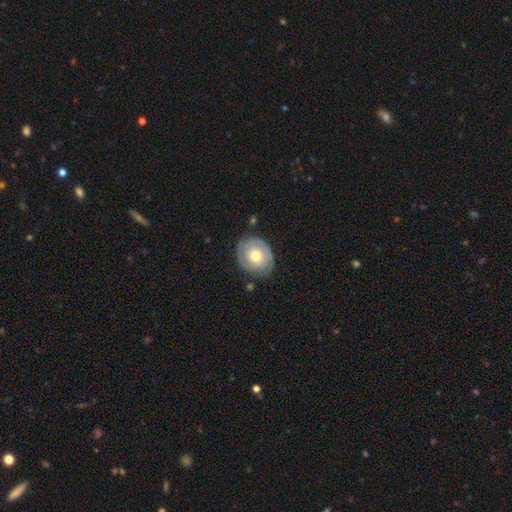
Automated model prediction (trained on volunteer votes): Overall: featured or disk (63%; smooth 31%). Edge-on disk: no (97%). Bar: no (78%). Spiral arms: yes (80%). Bulge size: moderate (72%). Merging: none (78%).